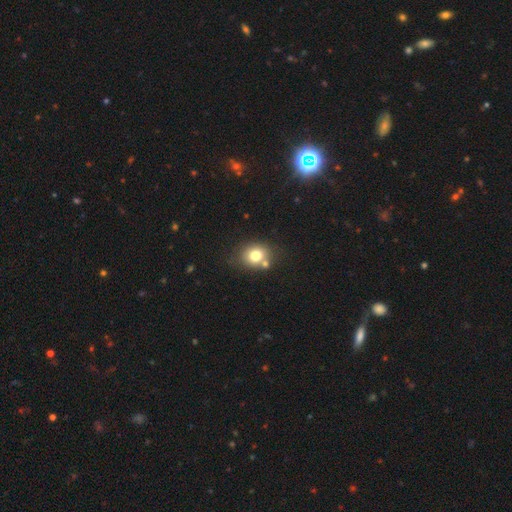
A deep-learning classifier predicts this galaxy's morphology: type=smooth (75%); roundness=round (60%); merging=none (63%).